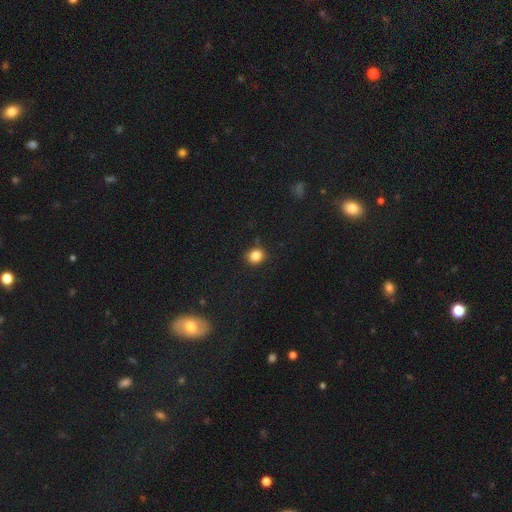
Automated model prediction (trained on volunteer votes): Overall: smooth (84%). How rounded: round (79%). Merging: none (87%).